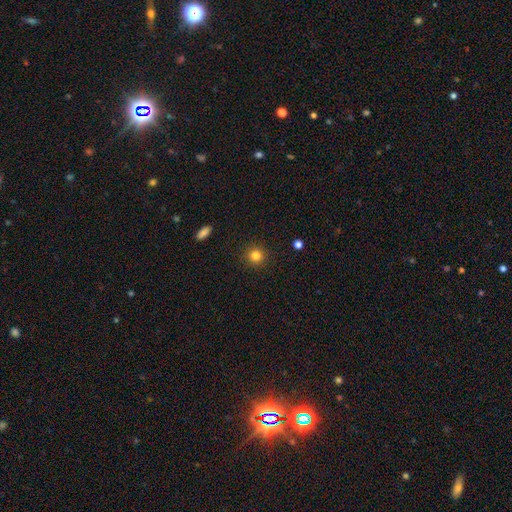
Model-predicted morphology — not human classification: Overall: smooth (83%). How rounded: round (93%). Merging: none (91%).